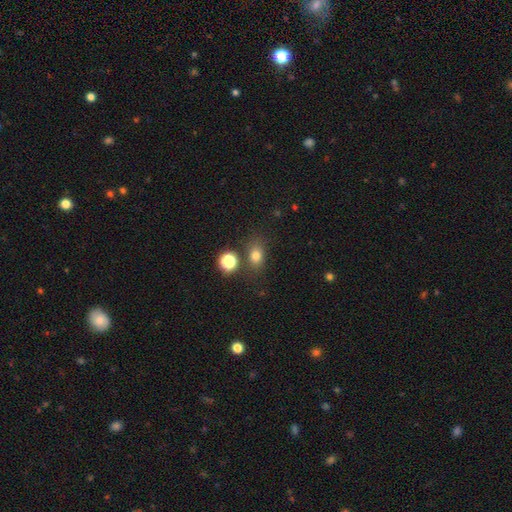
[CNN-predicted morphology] This appears to be a smooth galaxy with no disk features (75%) that is in between round and cigar-shaped (55%). Merging: none (72%).